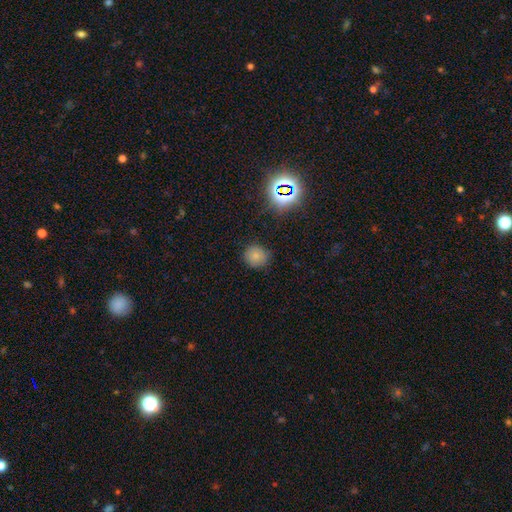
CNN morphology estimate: A smooth galaxy with no disk features (73%) that is round (89%). Merging: none (84%).